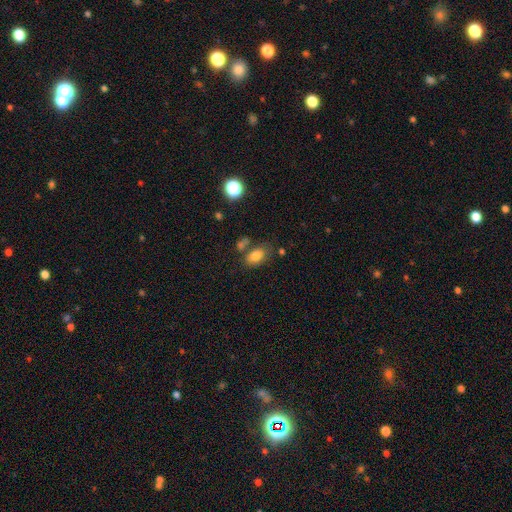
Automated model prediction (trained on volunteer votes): A smooth galaxy with no disk features (79%) that is in between round and cigar-shaped (88%). Merging: none (61%).